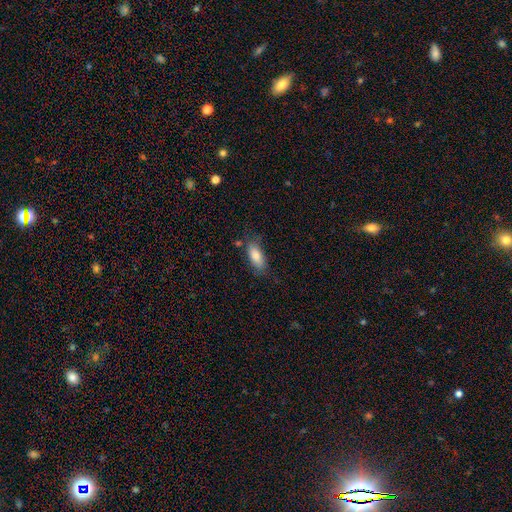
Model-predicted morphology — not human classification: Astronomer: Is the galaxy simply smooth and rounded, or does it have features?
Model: smooth — 82%.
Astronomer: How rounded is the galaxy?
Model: in between — 80%.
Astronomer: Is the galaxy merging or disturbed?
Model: none — 71%.